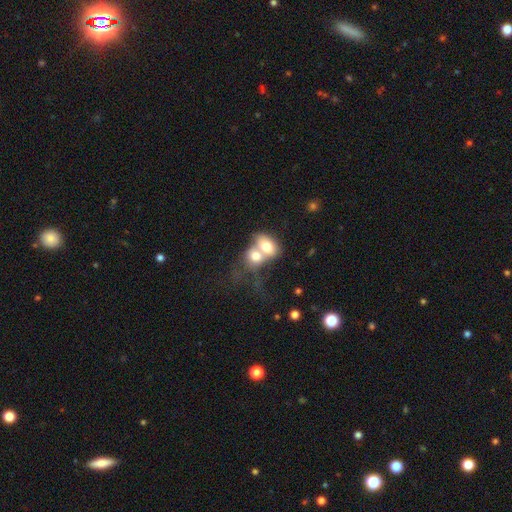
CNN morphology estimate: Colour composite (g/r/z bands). It shows a smooth galaxy with no disk features (70%) that is in between round and cigar-shaped (70%). Merging: merger (75%).